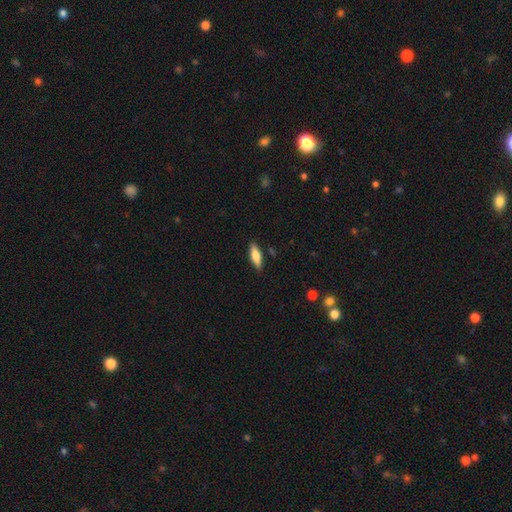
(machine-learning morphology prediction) This appears to be a smooth galaxy with no disk features (76%) that is in between round and cigar-shaped (50%). Merging: none (87%).